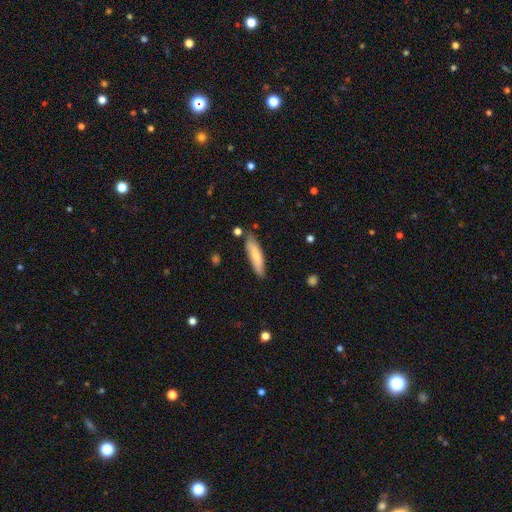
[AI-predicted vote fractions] smooth 75%, featured or disk 20%, star or artifact 6%. Down the decision tree: how rounded — cigar-shaped (75%); merging — none (78%).